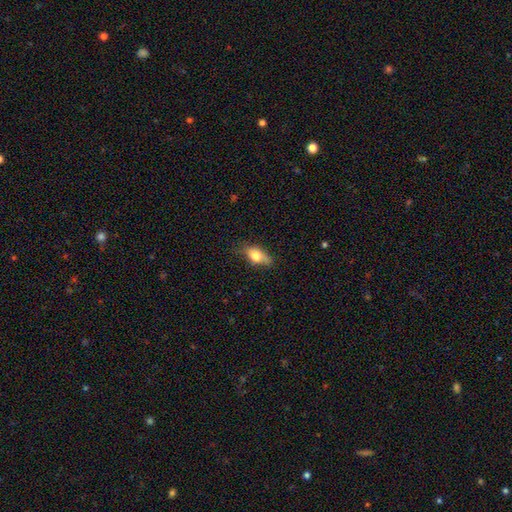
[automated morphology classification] Overall: smooth (72%). How rounded: in between (82%). Merging: none (57%; minor disturbance 31%).